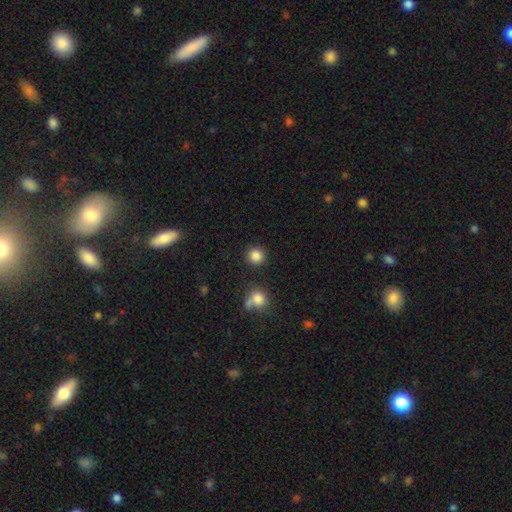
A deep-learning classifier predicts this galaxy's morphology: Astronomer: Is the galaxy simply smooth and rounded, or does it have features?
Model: smooth — 85%.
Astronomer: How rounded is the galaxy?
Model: round — 93%.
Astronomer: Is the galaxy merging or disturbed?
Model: none — 88%.